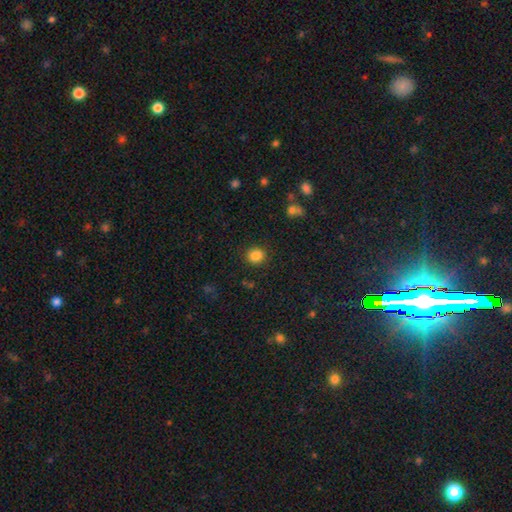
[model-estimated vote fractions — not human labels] smooth 84%, star or artifact 11%, featured or disk 5%. Down the decision tree: how rounded — round (79%); merging — none (87%).